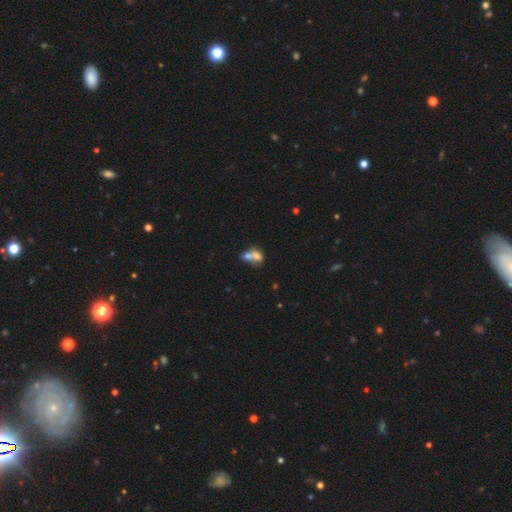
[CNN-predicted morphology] Smooth or featured? smooth (67%)
How rounded? in between (70%)
Merging? merger (68%)